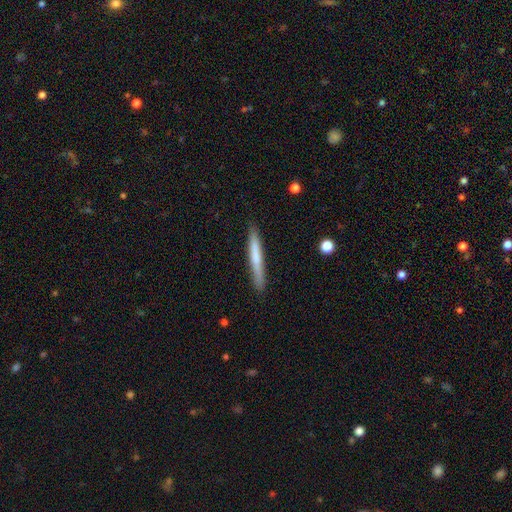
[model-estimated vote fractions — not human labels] A smooth galaxy with no disk features (61%) that is cigar-shaped (96%).

Vote fractions:
- Smooth or featured? smooth: 61% / featured or disk: 33% / star or artifact: 6%
- How rounded? cigar-shaped: 96% / in between: 3% / round: 1%
- Merging? none: 88% / minor disturbance: 9% / major disturbance: 2% / merger: 1%